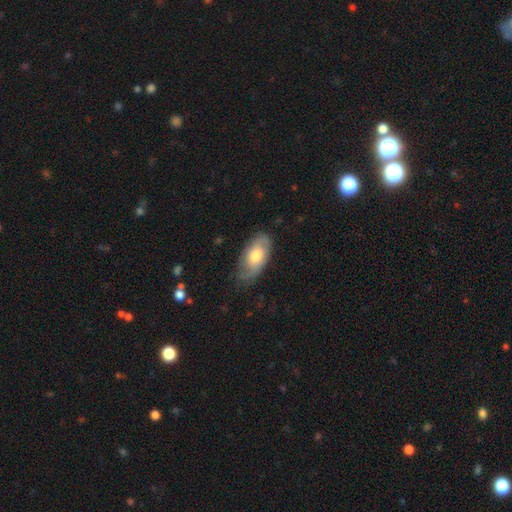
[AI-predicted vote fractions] smooth_or_featured: smooth (p=0.53) [alt: featured or disk p=0.41]
how_rounded: in between (p=0.92) [alt: cigar-shaped p=0.04]
merging: none (p=0.70) [alt: minor disturbance p=0.23]